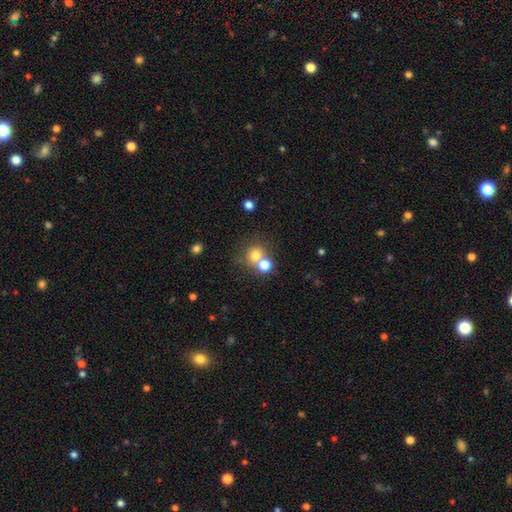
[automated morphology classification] Smooth or featured? Predicted: smooth (p=0.73). How rounded? Predicted: round (p=0.83). Merging? Predicted: none (p=0.47).